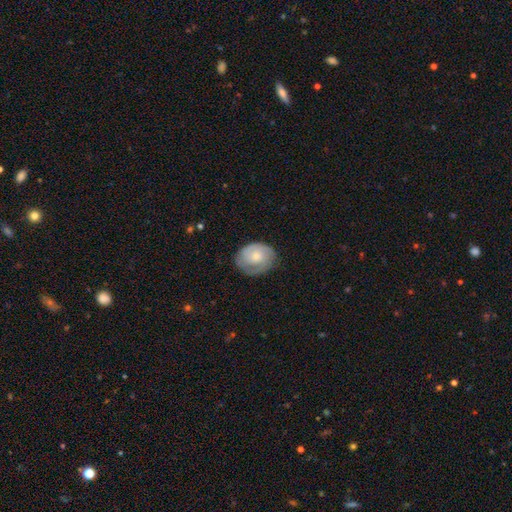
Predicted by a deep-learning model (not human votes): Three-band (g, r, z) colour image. It shows a featured or disk galaxy (58%) with no bar (79%), spiral arms (86%) and a small central bulge (56%). Merging: none (70%).